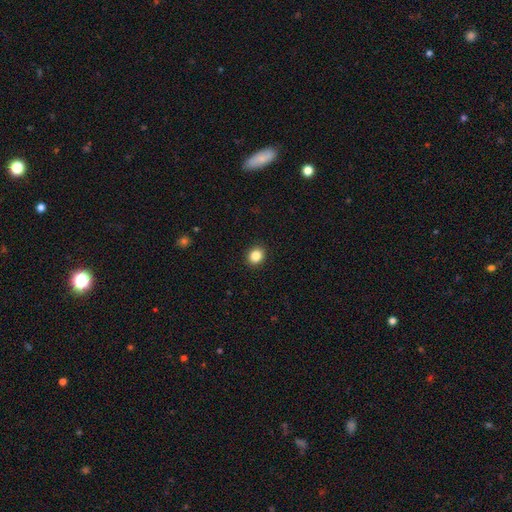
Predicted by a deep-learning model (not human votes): Smooth or featured? smooth (86%)
How rounded? round (68%)
Merging? none (92%)